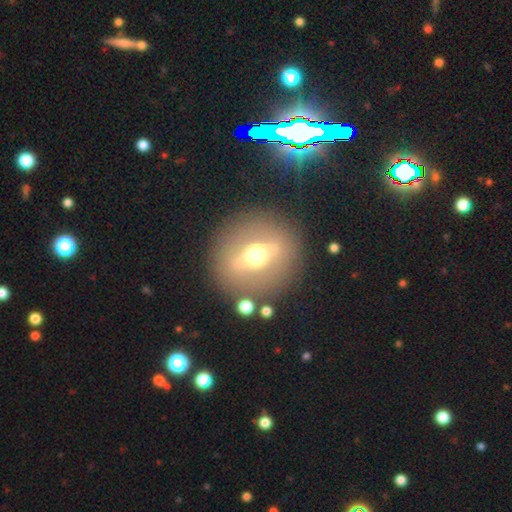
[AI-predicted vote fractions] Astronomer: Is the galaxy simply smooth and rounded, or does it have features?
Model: featured or disk — 57%.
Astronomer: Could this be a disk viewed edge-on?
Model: no — 64%.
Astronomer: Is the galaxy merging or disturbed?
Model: none — 84%.